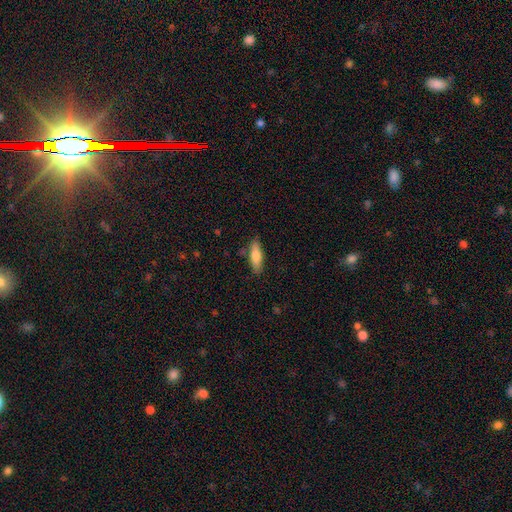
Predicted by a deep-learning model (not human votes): smooth_or_featured: smooth (p=0.76) [alt: featured or disk p=0.18]
how_rounded: cigar-shaped (p=0.51) [alt: in between p=0.47]
merging: none (p=0.83) [alt: minor disturbance p=0.12]